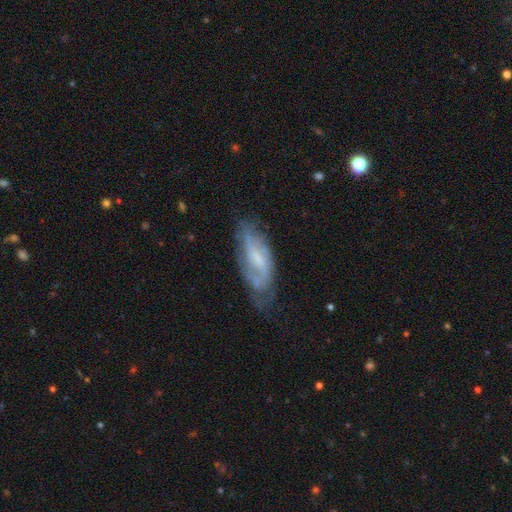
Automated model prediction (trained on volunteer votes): A featured or disk galaxy (61%) with a weak bar (46%), spiral arms (80%) and a small central bulge (44%).

Vote fractions:
- Smooth or featured? featured or disk: 61% / smooth: 29% / star or artifact: 10%
- Edge-on disk? no: 84% / yes: 16%
- Bar? weak: 46% / no: 40% / strong: 14%
- Spiral arms? yes: 80% / no: 20%
- Bulge size? small: 44% / moderate: 31% / none: 20% / large: 4% / dominant: 1%
- Merging? none: 62% / minor disturbance: 25% / major disturbance: 10% / merger: 2%